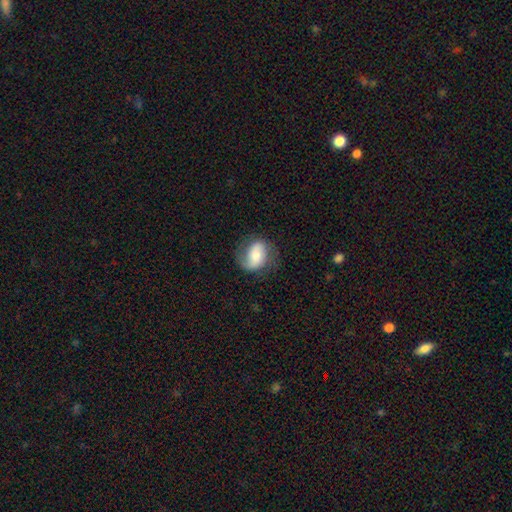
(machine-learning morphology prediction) featured or disk 51%, smooth 41%, star or artifact 8%. Down the decision tree: edge-on disk — no (96%); merging — none (69%).